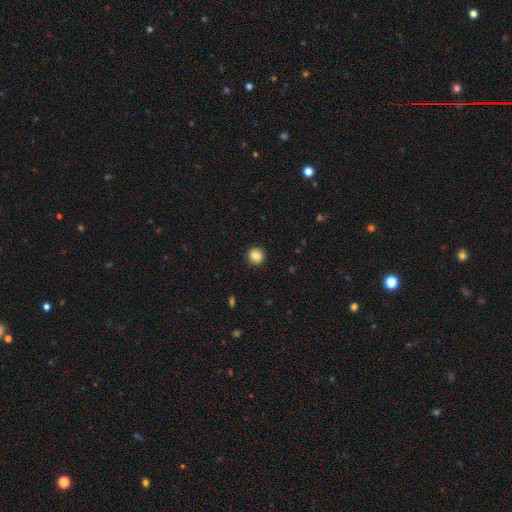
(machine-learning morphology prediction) Smooth or featured? smooth (85%)
How rounded? round (93%)
Merging? none (92%)